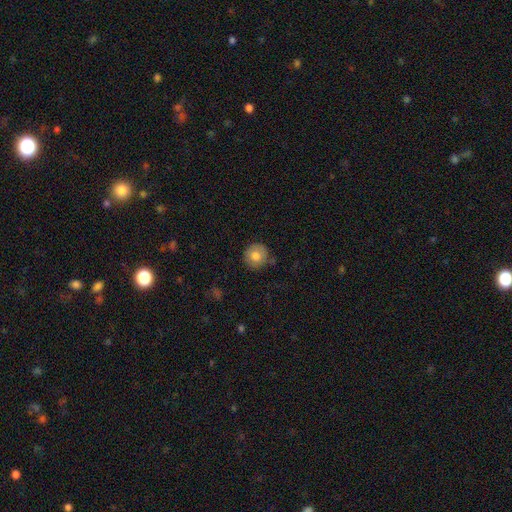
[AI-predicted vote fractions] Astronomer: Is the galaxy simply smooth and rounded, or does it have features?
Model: smooth — 77%.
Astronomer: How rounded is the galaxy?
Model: round — 93%.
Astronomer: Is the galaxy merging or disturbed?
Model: none — 81%.